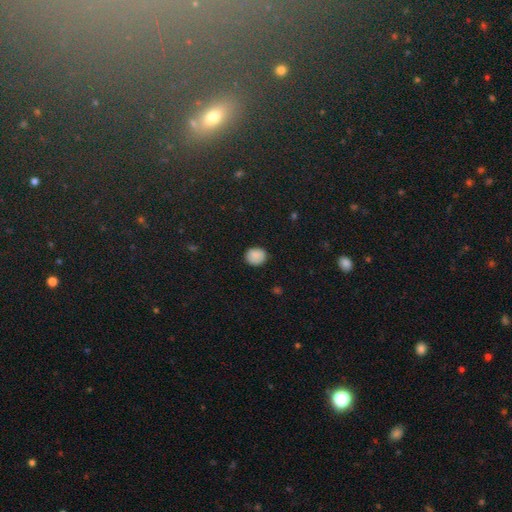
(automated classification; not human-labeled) Q: Smooth or featured?
A: smooth (87%); runner-up: star or artifact (9%)
Q: How rounded?
A: round (69%); runner-up: in between (30%)
Q: Merging?
A: none (85%); runner-up: minor disturbance (11%)